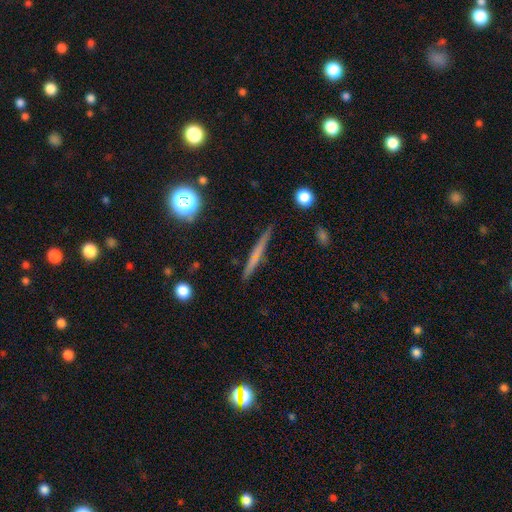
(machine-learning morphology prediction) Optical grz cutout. It shows a featured or disk galaxy (46%). Merging: none (88%).